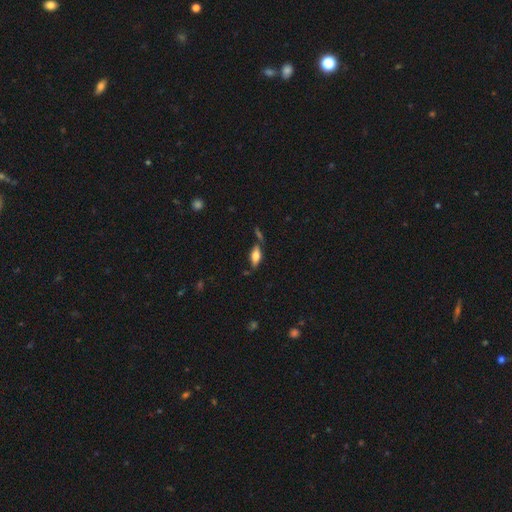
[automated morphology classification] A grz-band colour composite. It shows a smooth galaxy with no disk features (63%) that is in between round and cigar-shaped (82%). Merging: none (67%).